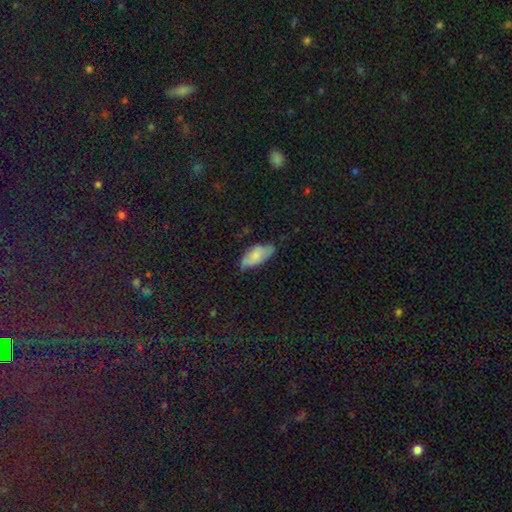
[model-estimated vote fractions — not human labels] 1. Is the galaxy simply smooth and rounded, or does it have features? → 71% smooth, 22% featured or disk, 7% star or artifact.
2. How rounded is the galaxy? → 87% in between, 11% cigar-shaped, 2% round.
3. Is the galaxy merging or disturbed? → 60% none, 32% minor disturbance, 6% major disturbance, 2% merger.